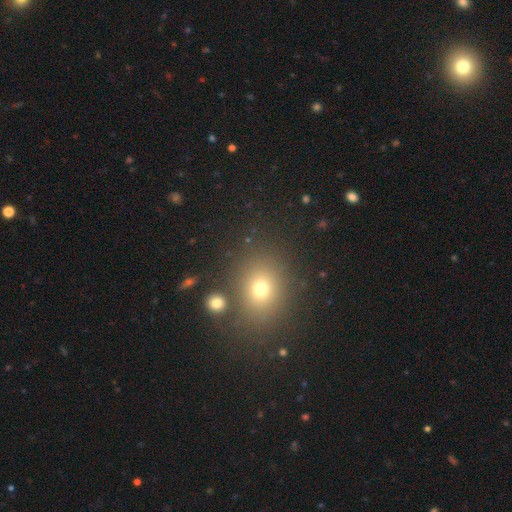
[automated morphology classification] smooth-or-featured: smooth: 62% | star or artifact: 29% | featured or disk: 9%
  how-rounded: round: 59% | in between: 40% | cigar-shaped: 1%
  merging: none: 85% | minor disturbance: 7% | merger: 5% | major disturbance: 3%